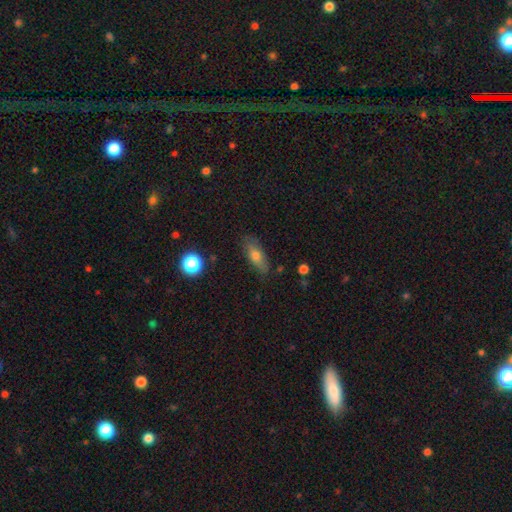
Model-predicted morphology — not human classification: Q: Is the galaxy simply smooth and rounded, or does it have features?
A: smooth — 67%.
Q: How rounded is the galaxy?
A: in between — 68%.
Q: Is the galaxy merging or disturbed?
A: none — 81%.